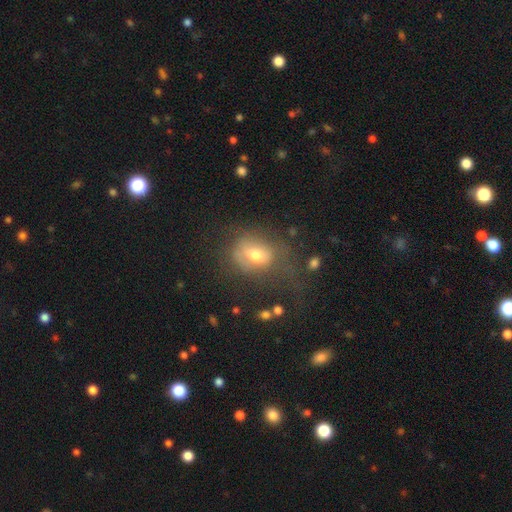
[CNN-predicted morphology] Smooth or featured? Predicted: smooth (p=0.59). How rounded? Predicted: in between (p=0.58). Merging? Predicted: none (p=0.39).